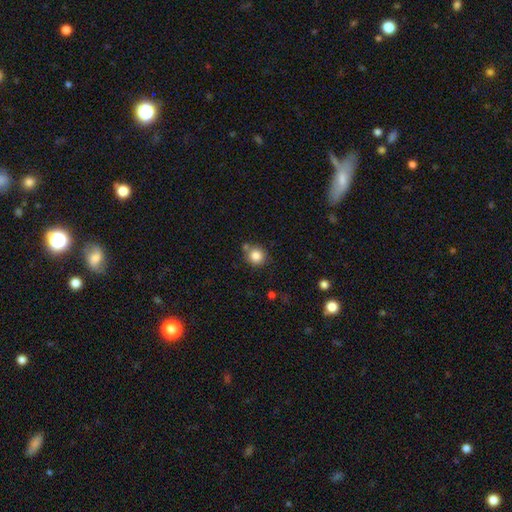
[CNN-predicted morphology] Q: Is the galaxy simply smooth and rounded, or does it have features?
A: smooth — 83%.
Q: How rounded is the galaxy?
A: round — 88%.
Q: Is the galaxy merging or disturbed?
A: none — 70%.